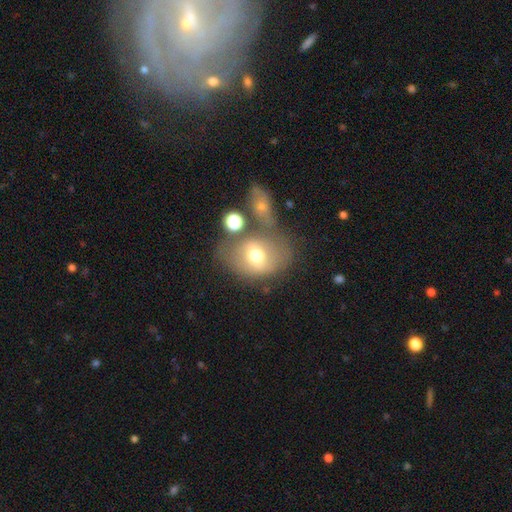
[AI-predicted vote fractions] Q: Smooth or featured?
A: smooth (59%); runner-up: featured or disk (31%)
Q: How rounded?
A: in between (61%); runner-up: round (38%)
Q: Merging?
A: none (42%); runner-up: merger (25%)